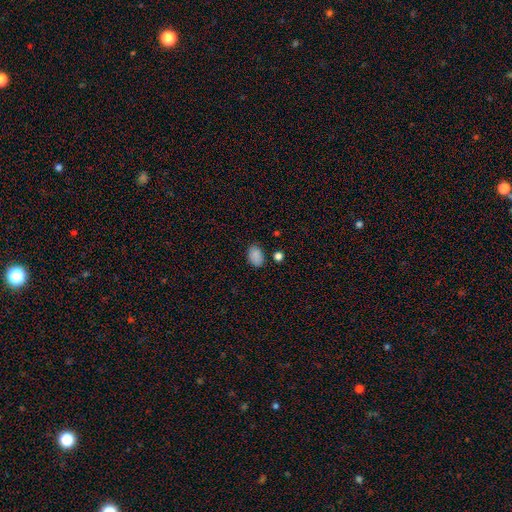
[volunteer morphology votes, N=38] Smooth or featured: smooth — 87% (featured or disk — 8%)
How rounded: in between — 91% (round — 9%)
Merging: none — 89% (minor disturbance — 8%)